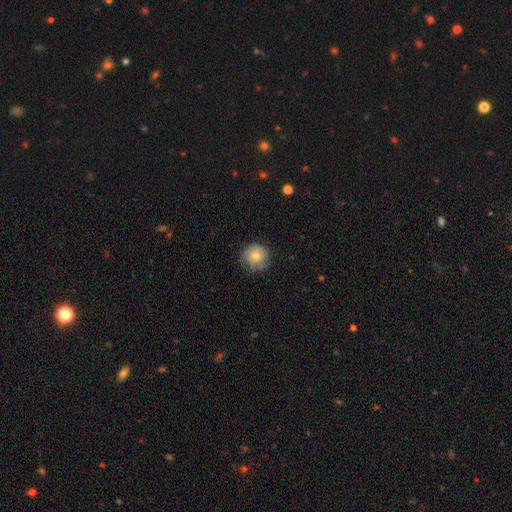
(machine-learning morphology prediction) type=smooth (55%); roundness=round (91%); merging=none (74%).